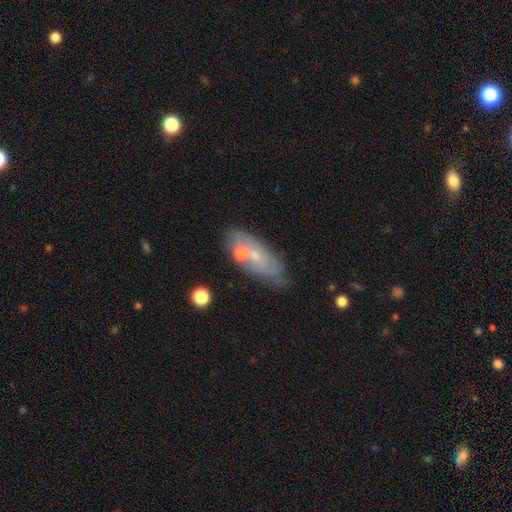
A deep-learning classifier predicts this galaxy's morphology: A smooth galaxy with no disk features (48%). Merging: none (58%).